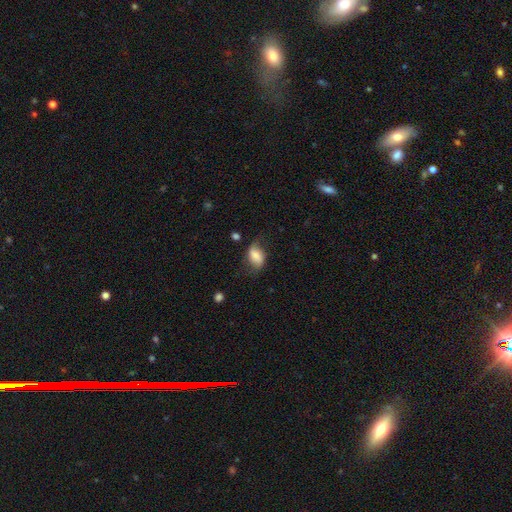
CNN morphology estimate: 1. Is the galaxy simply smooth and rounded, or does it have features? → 64% smooth, 28% featured or disk, 8% star or artifact.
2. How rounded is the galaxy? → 85% in between, 12% round, 2% cigar-shaped.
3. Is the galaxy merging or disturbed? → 53% none, 30% minor disturbance, 14% major disturbance, 2% merger.